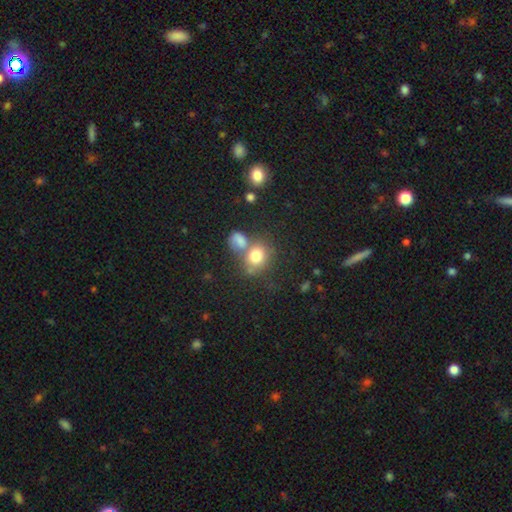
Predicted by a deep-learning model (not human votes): smooth_or_featured: smooth (p=0.76) [alt: featured or disk p=0.13]
how_rounded: round (p=0.63) [alt: in between p=0.36]
merging: none (p=0.42) [alt: merger p=0.39]